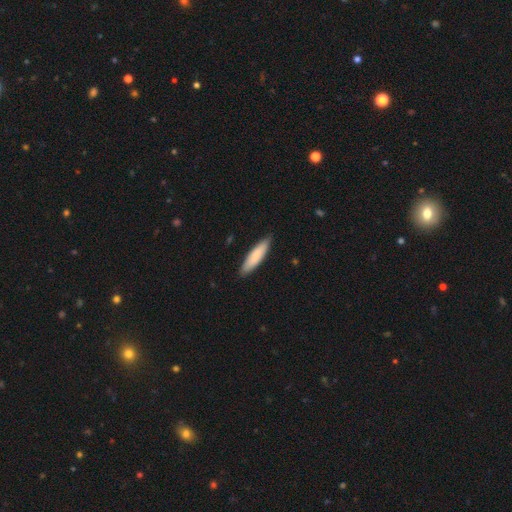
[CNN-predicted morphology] The model was most divided on "how rounded": cigar-shaped: 71%, in between: 28%, round: 1%. More confident: merging — none (85%); smooth or featured — smooth (81%).